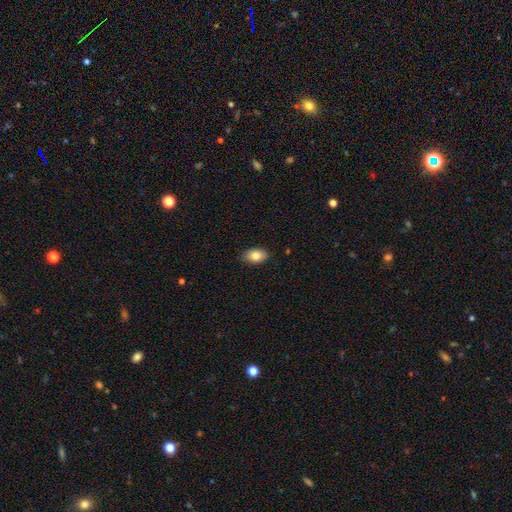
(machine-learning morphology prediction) smooth 83%, featured or disk 10%, star or artifact 7%. Down the decision tree: how rounded — in between (90%); merging — none (86%).